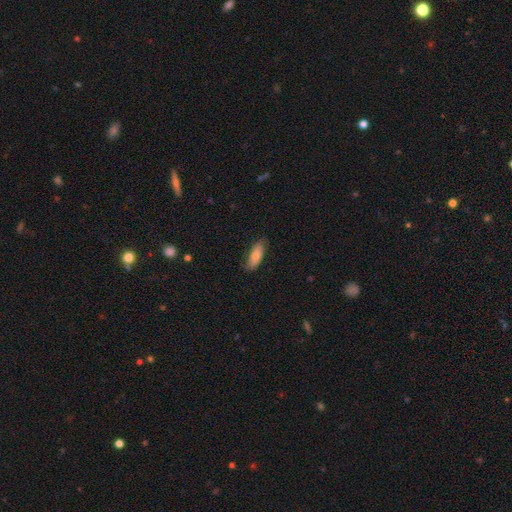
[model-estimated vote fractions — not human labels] Smooth or featured?
  - smooth: 74% *
  - featured or disk: 20%
  - star or artifact: 6%
How rounded?
  - in between: 69% *
  - cigar-shaped: 29%
  - round: 2%
Merging?
  - none: 79% *
  - minor disturbance: 17%
  - major disturbance: 3%
  - merger: 1%